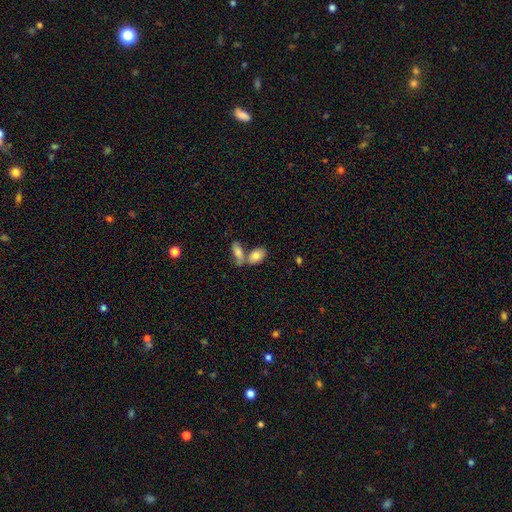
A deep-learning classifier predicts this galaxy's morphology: smooth 81%, featured or disk 13%, star or artifact 6%. Down the decision tree: how rounded — in between (91%); merging — merger (44%).